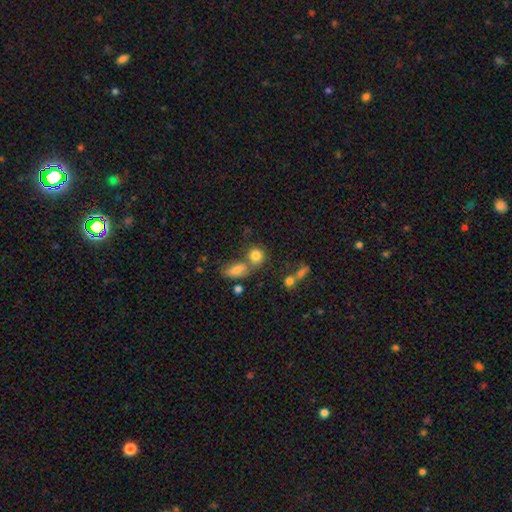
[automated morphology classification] A smooth galaxy with no disk features (80%) that is round (70%).

Vote fractions:
- Smooth or featured? smooth: 80% / star or artifact: 11% / featured or disk: 9%
- How rounded? round: 70% / in between: 28% / cigar-shaped: 2%
- Merging? none: 48% / merger: 35% / minor disturbance: 11% / major disturbance: 5%